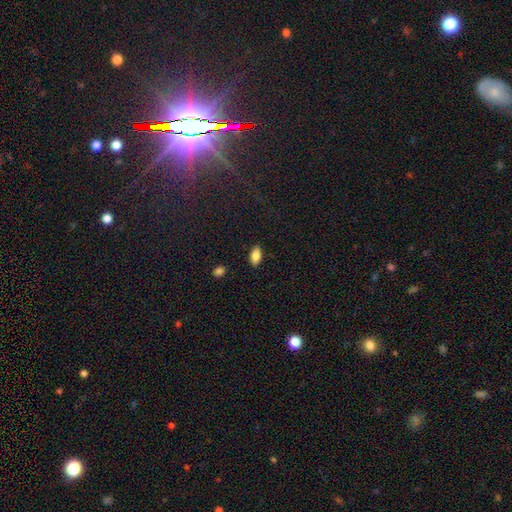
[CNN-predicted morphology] Smooth or featured? Predicted: smooth (p=0.82). How rounded? Predicted: in between (p=0.89). Merging? Predicted: none (p=0.88).